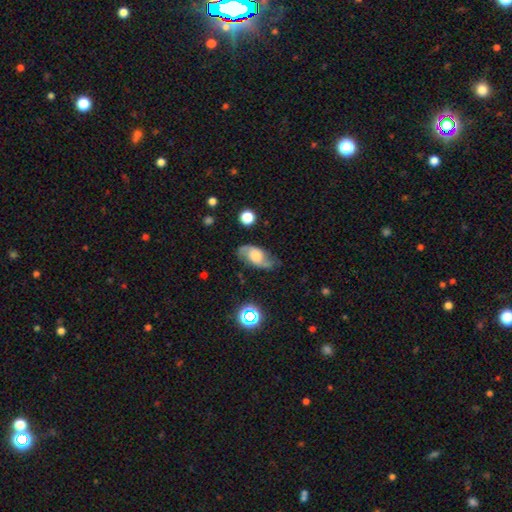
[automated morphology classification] smooth_or_featured: featured or disk (p=0.61) [alt: smooth p=0.29]
disk_edge_on: no (p=0.93) [alt: yes p=0.07]
bar: no (p=0.68) [alt: weak p=0.26]
has_spiral_arms: yes (p=0.89) [alt: no p=0.11]
spiral_winding: loose (p=0.42) [alt: medium p=0.41]
spiral_arm_count: 2 (p=0.84) [alt: can't tell p=0.07]
bulge_size: large (p=0.32) [alt: moderate p=0.26]
merging: none (p=0.63) [alt: minor disturbance p=0.24]